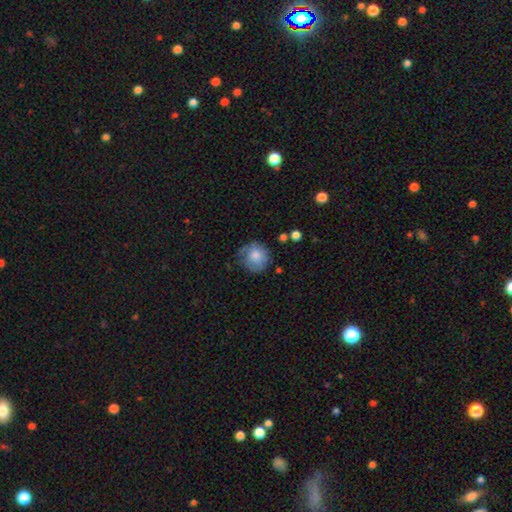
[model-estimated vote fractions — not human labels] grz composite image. It shows a smooth galaxy with no disk features (77%) that is round (89%). Merging: none (62%).